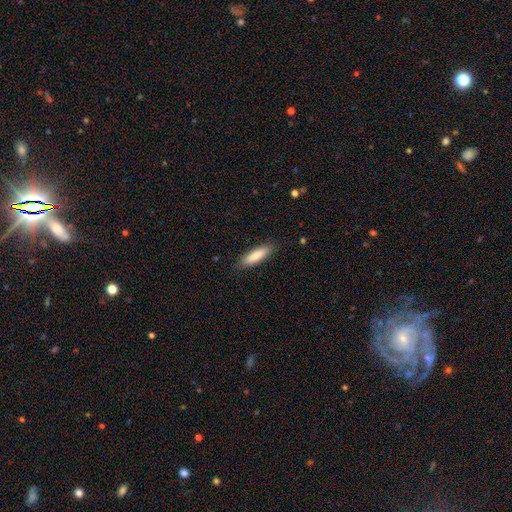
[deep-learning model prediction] smooth-or-featured: smooth: 85% | featured or disk: 10% | star or artifact: 5%
  how-rounded: cigar-shaped: 65% | in between: 34% | round: 1%
  merging: none: 87% | minor disturbance: 10% | major disturbance: 2% | merger: 1%